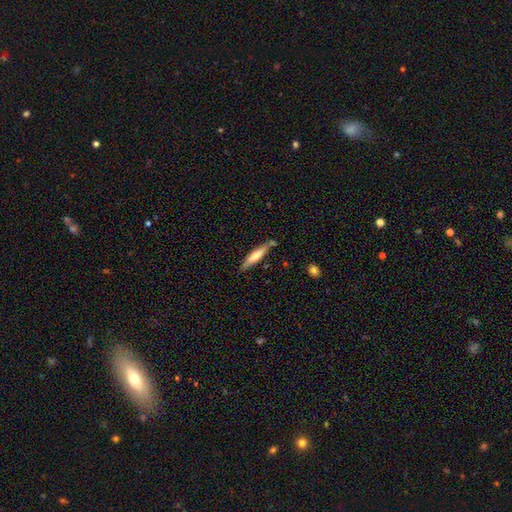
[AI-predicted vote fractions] A smooth galaxy with no disk features (58%) that is cigar-shaped (88%).

Vote fractions:
- Smooth or featured? smooth: 58% / featured or disk: 37% / star or artifact: 6%
- How rounded? cigar-shaped: 88% / in between: 10% / round: 1%
- Merging? none: 77% / minor disturbance: 15% / merger: 5% / major disturbance: 3%